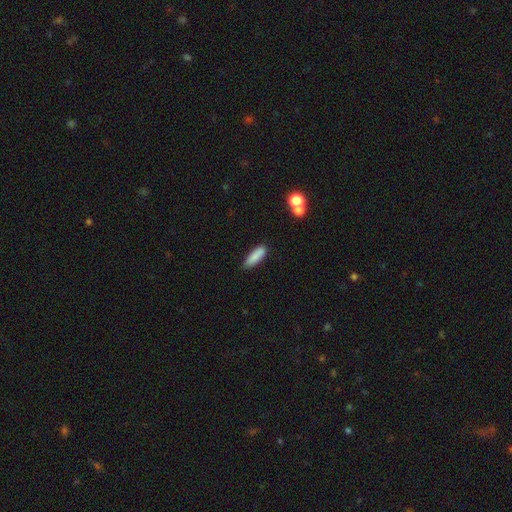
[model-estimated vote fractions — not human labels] Smooth or featured: smooth — 86% (featured or disk — 7%)
How rounded: cigar-shaped — 52% (in between — 46%)
Merging: none — 83% (minor disturbance — 12%)